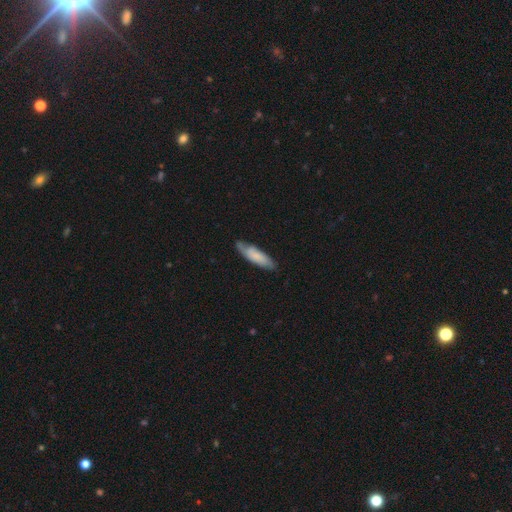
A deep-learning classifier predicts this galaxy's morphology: A smooth galaxy with no disk features (67%) that is cigar-shaped (55%). Merging: none (68%).